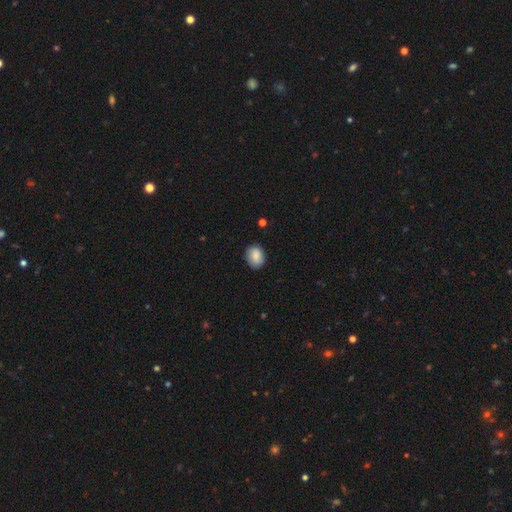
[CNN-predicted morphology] Smooth or featured? Predicted: smooth (p=0.87). How rounded? Predicted: in between (p=0.54). Merging? Predicted: none (p=0.84).